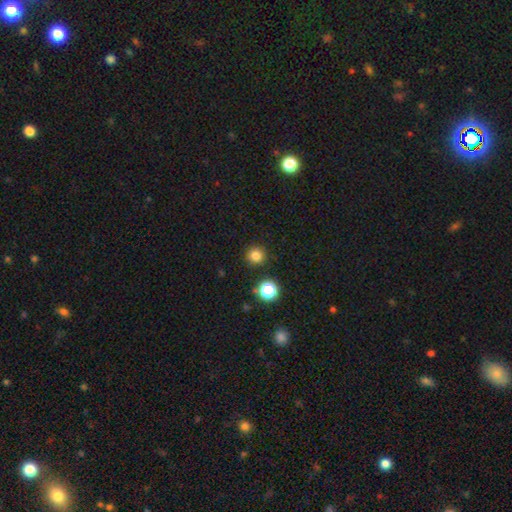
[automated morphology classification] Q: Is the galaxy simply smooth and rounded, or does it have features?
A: smooth — 80%.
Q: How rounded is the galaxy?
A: round — 94%.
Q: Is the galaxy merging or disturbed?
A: none — 91%.